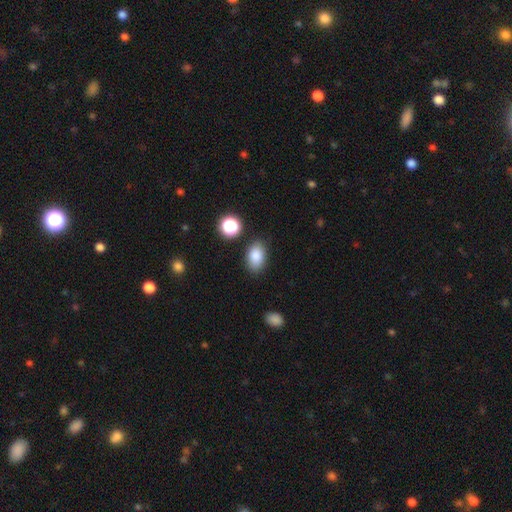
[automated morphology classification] This appears to be a smooth galaxy with no disk features (85%) that is in between round and cigar-shaped (88%). Merging: none (84%).